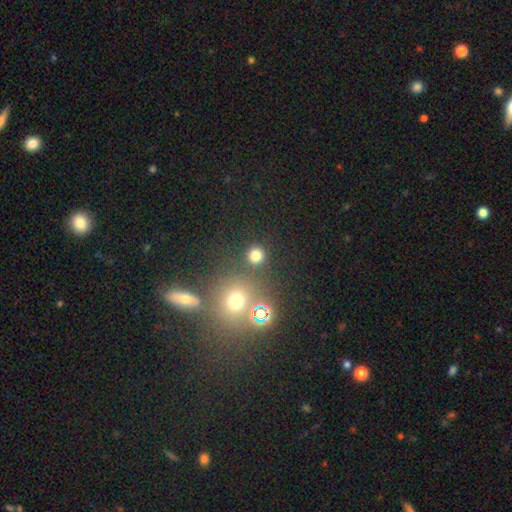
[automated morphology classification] Overall: smooth (75%). How rounded: round (92%). Merging: none (83%).